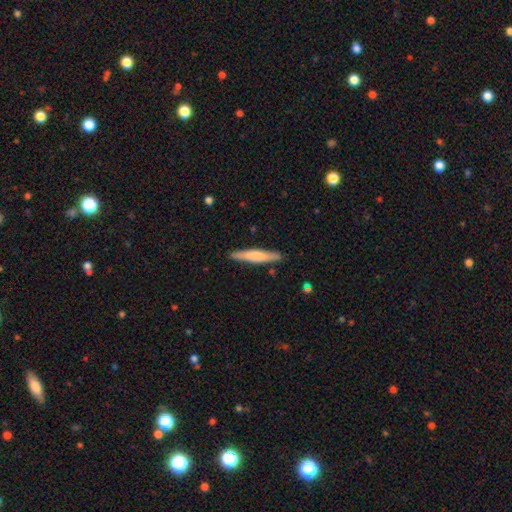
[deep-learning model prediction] This appears to be a smooth galaxy with no disk features (64%) that is cigar-shaped (91%). Merging: none (89%).